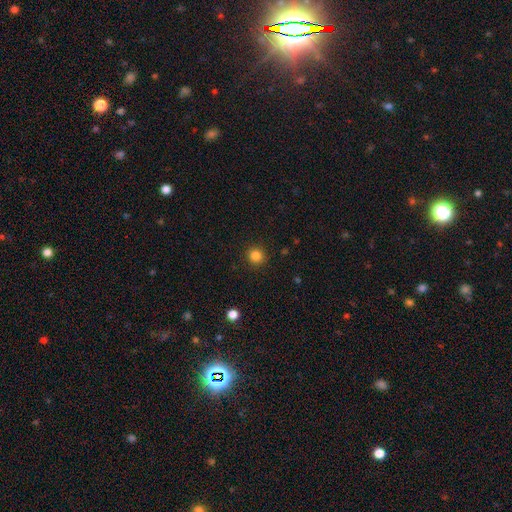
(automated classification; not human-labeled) Q: Smooth or featured?
A: smooth (84%); runner-up: star or artifact (12%)
Q: How rounded?
A: round (93%); runner-up: in between (6%)
Q: Merging?
A: none (92%); runner-up: minor disturbance (5%)